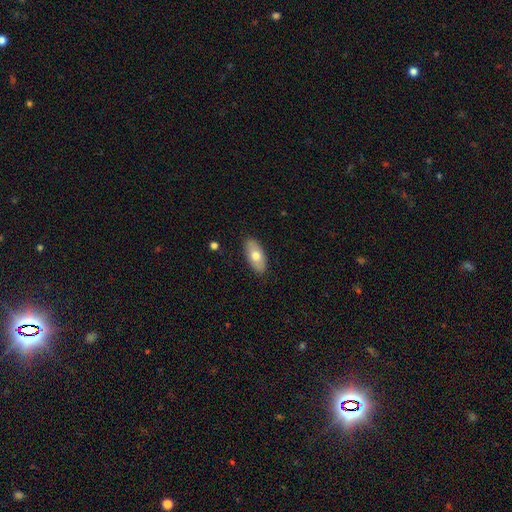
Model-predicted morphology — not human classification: type=smooth (71%); roundness=in between (91%); merging=none (87%).